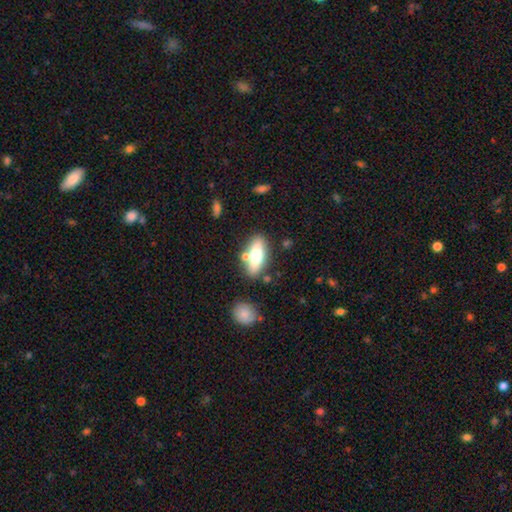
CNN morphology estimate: This appears to be a smooth galaxy with no disk features (60%) that is in between round and cigar-shaped (71%). Merging: none (74%).